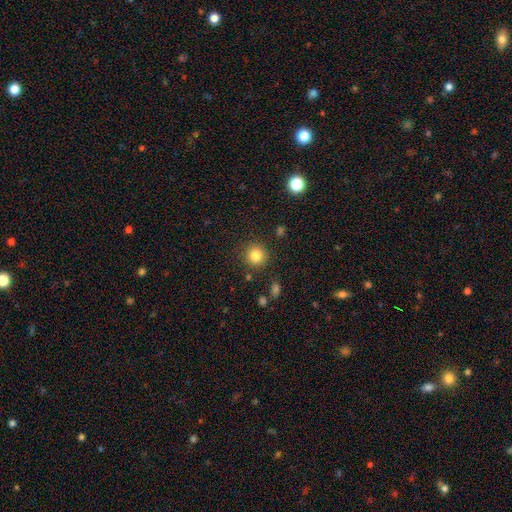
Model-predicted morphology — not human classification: Smooth or featured: smooth — 83% (star or artifact — 11%)
How rounded: round — 93% (in between — 6%)
Merging: none — 88% (minor disturbance — 7%)